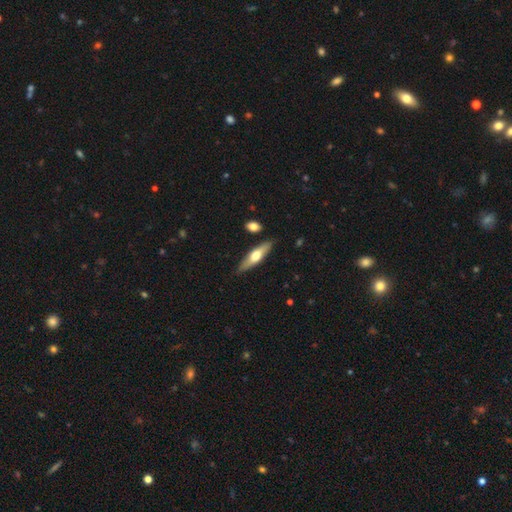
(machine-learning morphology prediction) smooth_or_featured: smooth (p=0.48) [alt: featured or disk p=0.47]
merging: none (p=0.85) [alt: minor disturbance p=0.10]